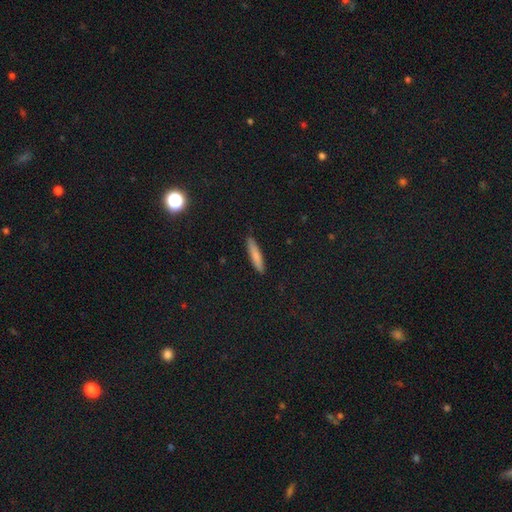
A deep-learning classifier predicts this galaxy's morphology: This appears to be a smooth galaxy with no disk features (79%) that is cigar-shaped (87%). Merging: none (89%).